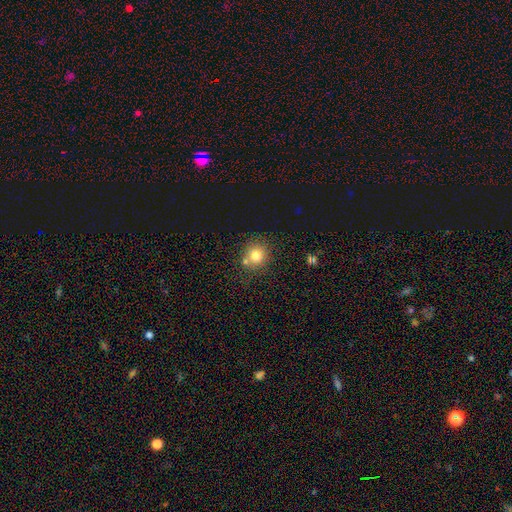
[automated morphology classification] Smooth or featured?
  - smooth: 79% *
  - star or artifact: 12%
  - featured or disk: 9%
How rounded?
  - round: 88% *
  - in between: 11%
  - cigar-shaped: 1%
Merging?
  - none: 69% *
  - merger: 17%
  - minor disturbance: 11%
  - major disturbance: 3%